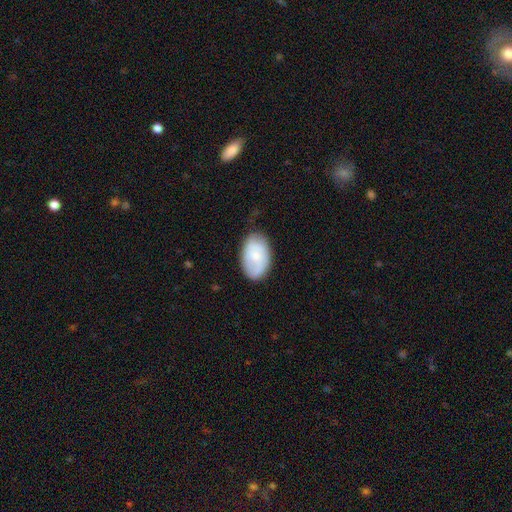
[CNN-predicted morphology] Q: Smooth or featured?
A: smooth (68%); runner-up: featured or disk (25%)
Q: How rounded?
A: in between (92%); runner-up: round (7%)
Q: Merging?
A: none (75%); runner-up: minor disturbance (19%)